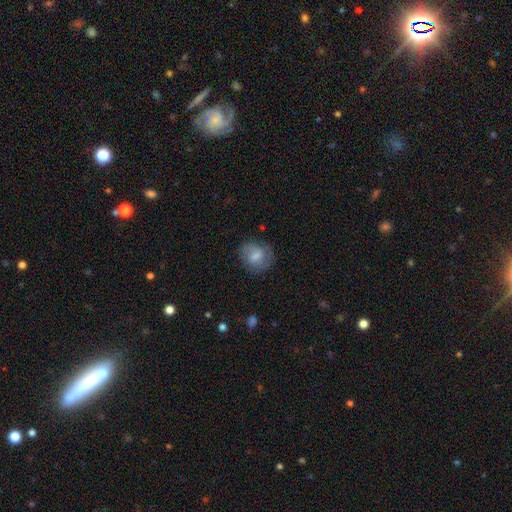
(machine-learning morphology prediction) smooth_or_featured: smooth (p=0.59) [alt: featured or disk p=0.33]
how_rounded: round (p=0.63) [alt: in between p=0.36]
merging: none (p=0.70) [alt: minor disturbance p=0.20]